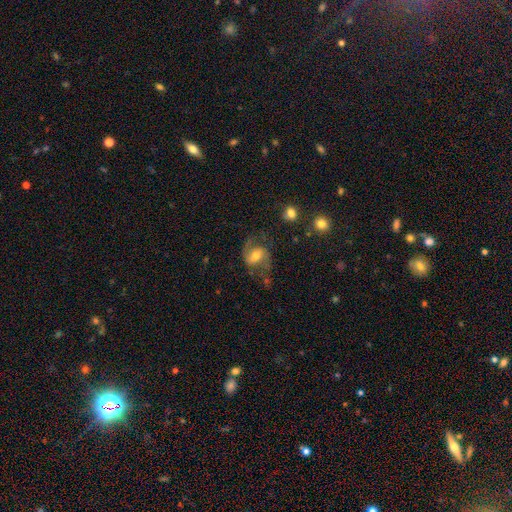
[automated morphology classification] The model was most divided on "spiral winding": medium: 45%, loose: 43%, tight: 11%. Remaining: edge-on disk — no (97%); spiral arms — yes (90%); spiral arm count — 2 (86%); smooth or featured — featured or disk (69%); bulge size — moderate (62%); merging — none (59%); bar — weak (45%).